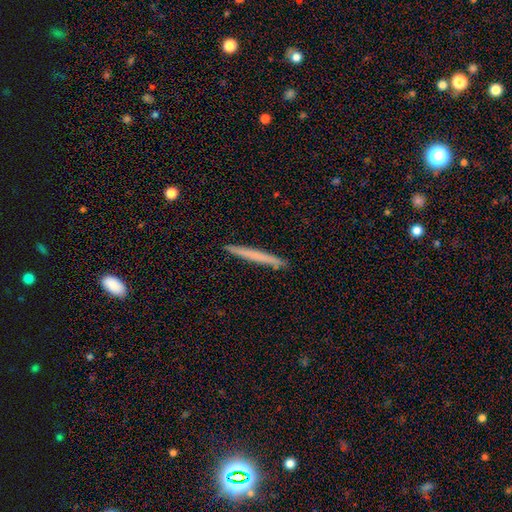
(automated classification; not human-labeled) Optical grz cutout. It shows a smooth galaxy with no disk features (62%) that is cigar-shaped (97%). Merging: none (92%).